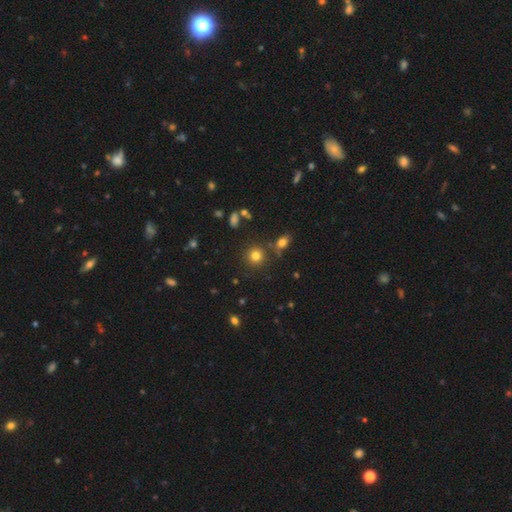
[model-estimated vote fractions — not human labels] Smooth or featured: smooth — 78% (star or artifact — 15%)
How rounded: round — 91% (in between — 8%)
Merging: none — 83% (minor disturbance — 8%)